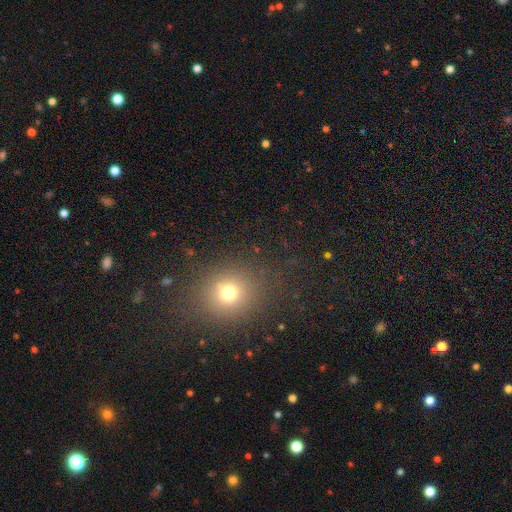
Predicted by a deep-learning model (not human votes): This is likely a smooth galaxy (63%). How rounded: likely round (76%). Merging: clearly none (88%).